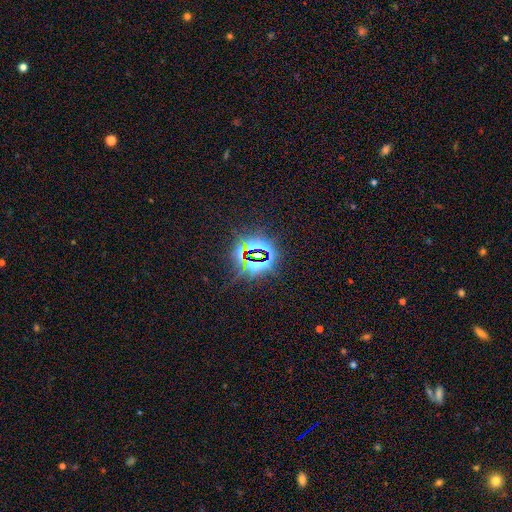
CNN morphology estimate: Smooth or featured? star or artifact (82%)